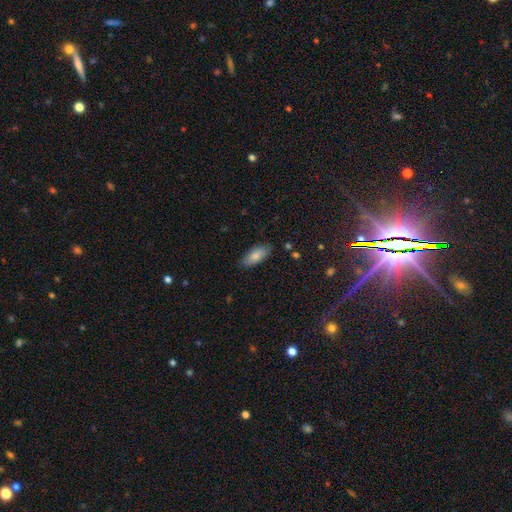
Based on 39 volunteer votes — smooth-or-featured: smooth: 90% | featured or disk: 10% | star or artifact: 0%
  how-rounded: in between: 83% | cigar-shaped: 14% | round: 3%
  merging: none: 85% | minor disturbance: 5% | major disturbance: 5% | merger: 5%